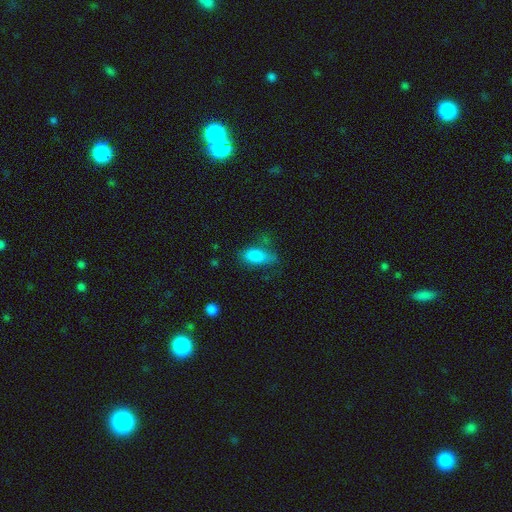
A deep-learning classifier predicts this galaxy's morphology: A smooth galaxy with no disk features (82%) that is in between round and cigar-shaped (87%). Merging: none (54%).